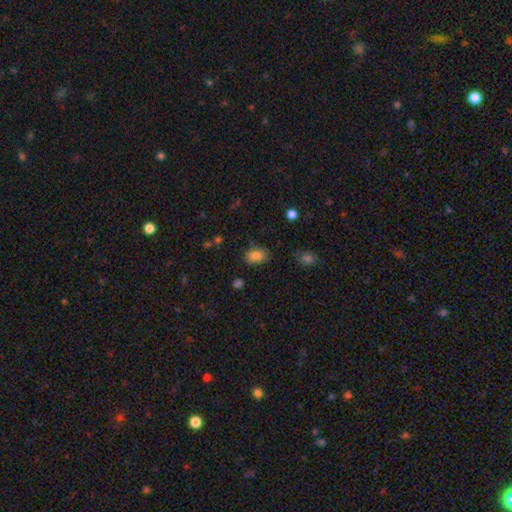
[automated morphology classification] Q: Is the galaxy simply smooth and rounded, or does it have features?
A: smooth — 83%.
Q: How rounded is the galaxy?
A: in between — 76%.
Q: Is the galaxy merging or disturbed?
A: none — 74%.